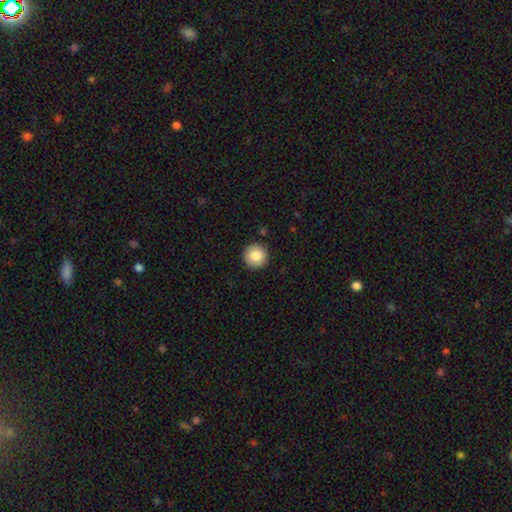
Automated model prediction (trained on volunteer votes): Smooth or featured? Predicted: smooth (p=0.85). How rounded? Predicted: round (p=0.96). Merging? Predicted: none (p=0.92).